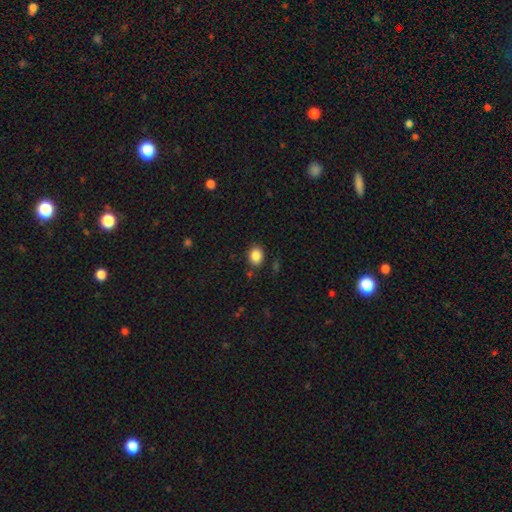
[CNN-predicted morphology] The model was most divided on "how rounded": in between: 51%, round: 48%, cigar-shaped: 1%. More confident: smooth or featured — smooth (87%); merging — none (84%).